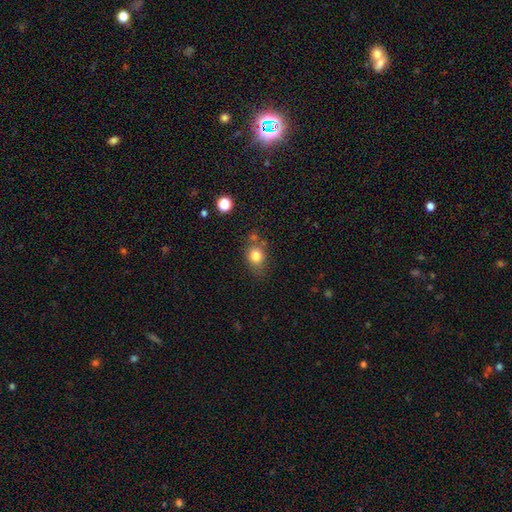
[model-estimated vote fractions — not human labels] Overall: smooth (81%). How rounded: round (58%; in between 41%). Merging: none (64%).